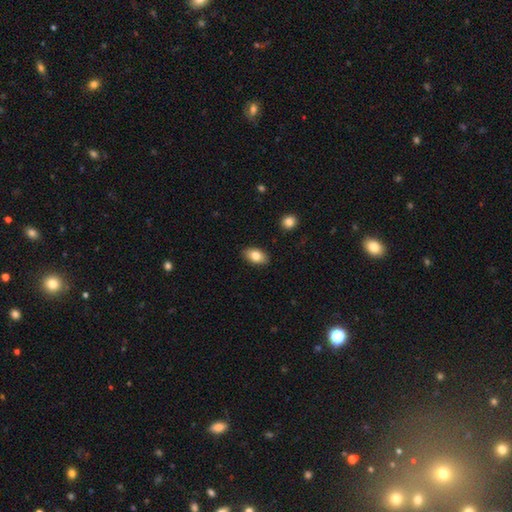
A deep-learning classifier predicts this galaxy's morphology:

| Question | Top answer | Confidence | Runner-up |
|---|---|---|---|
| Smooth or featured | smooth | 81% | featured or disk (12%) |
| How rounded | in between | 92% | round (6%) |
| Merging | none | 88% | minor disturbance (9%) |